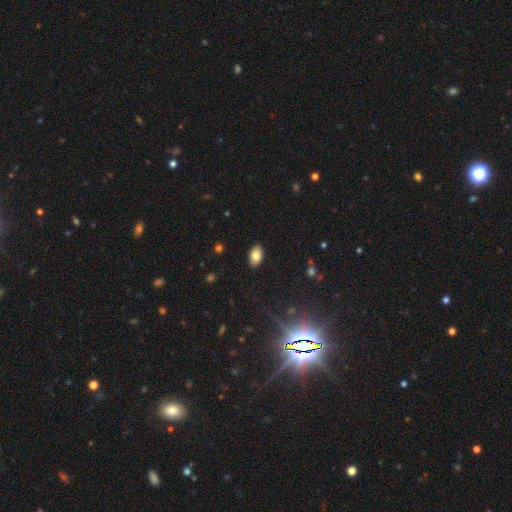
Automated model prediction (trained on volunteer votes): Smooth or featured?
  - smooth: 83% *
  - featured or disk: 9%
  - star or artifact: 8%
How rounded?
  - in between: 93% *
  - round: 6%
  - cigar-shaped: 1%
Merging?
  - none: 89% *
  - minor disturbance: 8%
  - major disturbance: 2%
  - merger: 1%